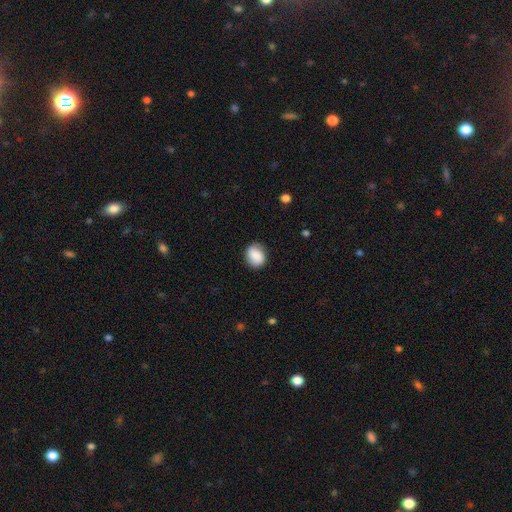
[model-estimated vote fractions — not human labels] Smooth or featured? smooth (83%)
How rounded? round (51%)
Merging? none (82%)